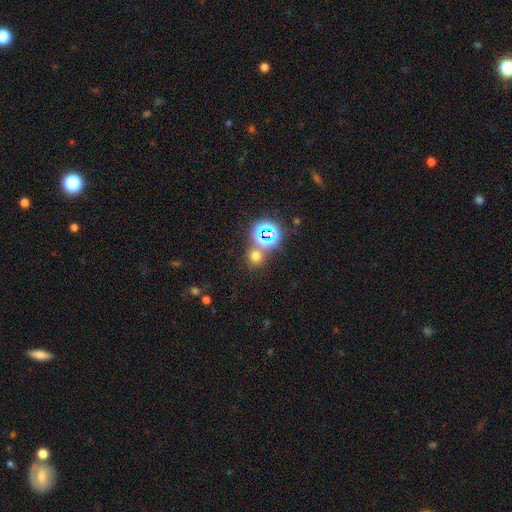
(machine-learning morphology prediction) smooth 59%, star or artifact 35%, featured or disk 6%. Down the decision tree: how rounded — round (86%); merging — none (69%).